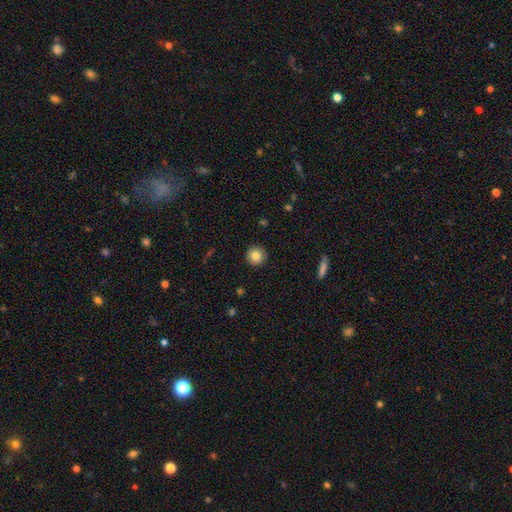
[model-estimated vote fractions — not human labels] smooth 83%, featured or disk 9%, star or artifact 9%. Down the decision tree: how rounded — round (95%); merging — none (92%).